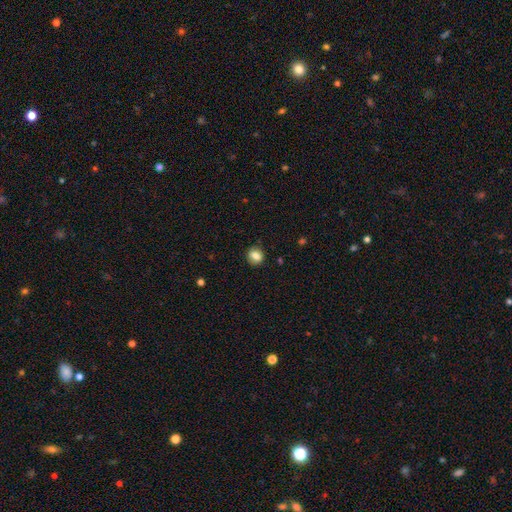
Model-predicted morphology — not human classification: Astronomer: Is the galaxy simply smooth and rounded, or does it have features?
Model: smooth — 82%.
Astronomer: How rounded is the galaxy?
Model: round — 69%.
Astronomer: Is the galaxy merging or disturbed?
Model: none — 86%.